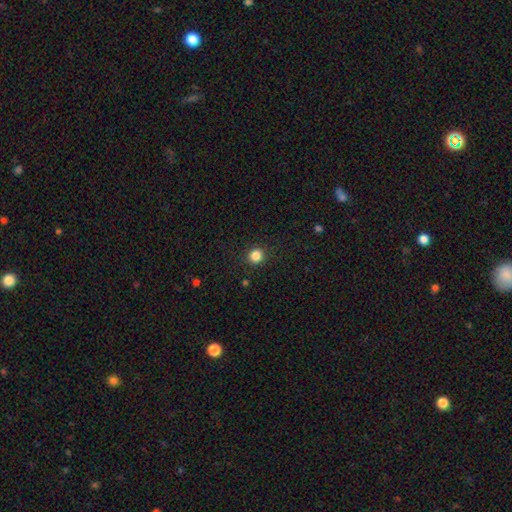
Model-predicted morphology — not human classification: This is clearly a smooth galaxy (84%). How rounded: clearly round (92%). Merging: clearly none (91%).